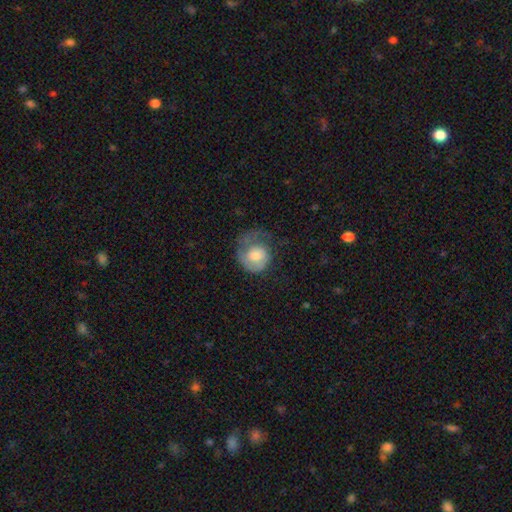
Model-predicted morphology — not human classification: Smooth or featured: smooth — 48% (featured or disk — 46%)
Merging: major disturbance — 40% (none — 34%)